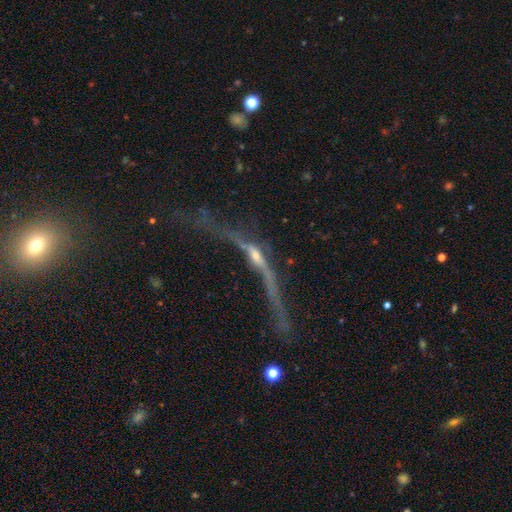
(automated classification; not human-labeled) Overall: featured or disk (75%). Edge-on disk: yes (81%). Edge-on bulge: rounded (69%). Merging: none (44%; major disturbance 28%).